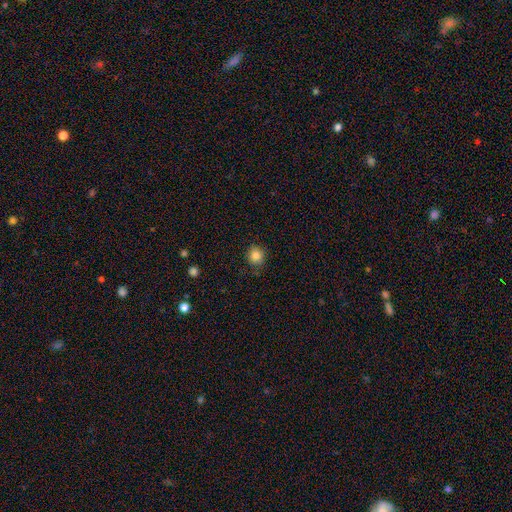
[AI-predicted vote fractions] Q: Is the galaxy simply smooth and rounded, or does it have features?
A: smooth — 83%.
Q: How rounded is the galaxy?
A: round — 86%.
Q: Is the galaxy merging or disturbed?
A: none — 84%.